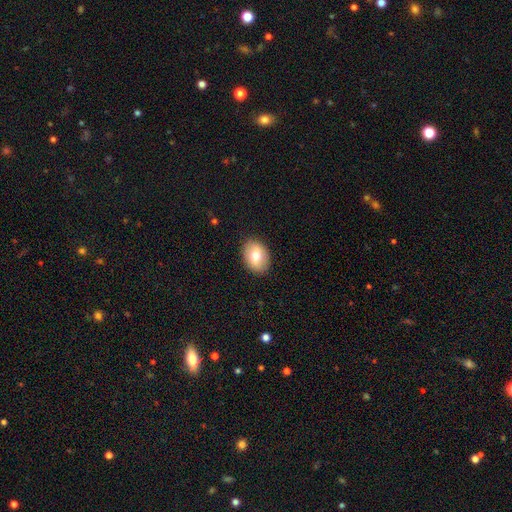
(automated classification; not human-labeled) Smooth or featured? smooth (71%)
How rounded? in between (74%)
Merging? none (88%)